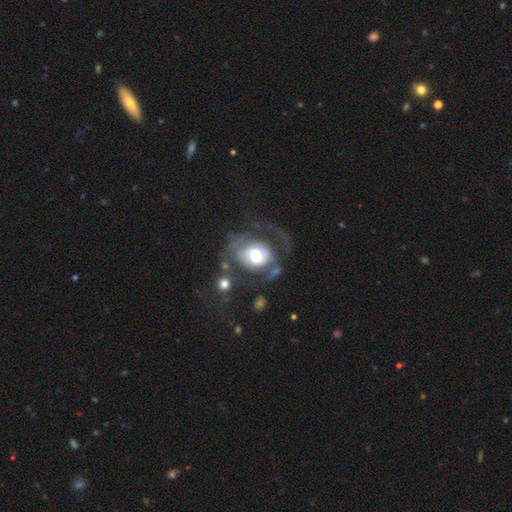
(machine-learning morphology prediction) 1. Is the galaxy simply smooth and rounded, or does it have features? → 56% featured or disk, 36% smooth, 8% star or artifact.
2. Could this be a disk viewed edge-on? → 96% no, 4% yes.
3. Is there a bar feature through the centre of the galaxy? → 73% no, 20% weak, 7% strong.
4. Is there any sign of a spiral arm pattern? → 60% yes, 40% no.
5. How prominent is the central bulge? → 46% moderate, 41% large, 8% dominant, 4% small, 1% none.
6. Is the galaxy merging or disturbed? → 39% major disturbance, 35% none, 18% minor disturbance, 8% merger.